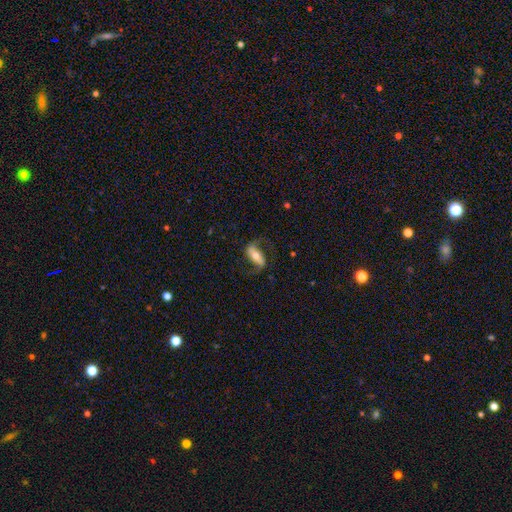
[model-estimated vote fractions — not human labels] featured or disk 68%, smooth 25%, star or artifact 7%. Down the decision tree: edge-on disk — no (88%); bar — strong (52%); spiral arms — yes (87%); spiral arm count — 2 (90%); spiral winding — loose (58%); bulge size — moderate (57%); merging — none (71%).